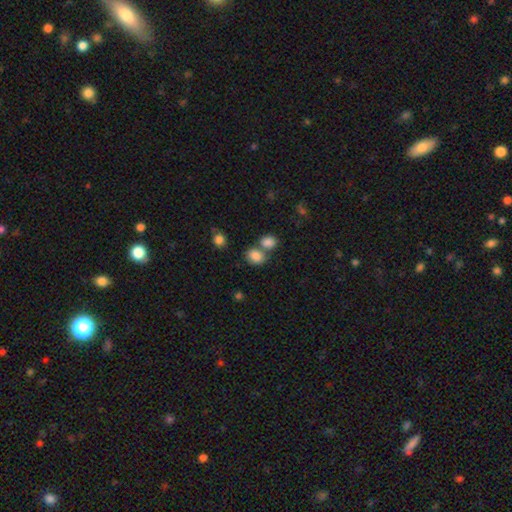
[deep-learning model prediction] smooth_or_featured: smooth (p=0.84) [alt: star or artifact p=0.10]
how_rounded: in between (p=0.55) [alt: round p=0.44]
merging: none (p=0.47) [alt: merger p=0.40]